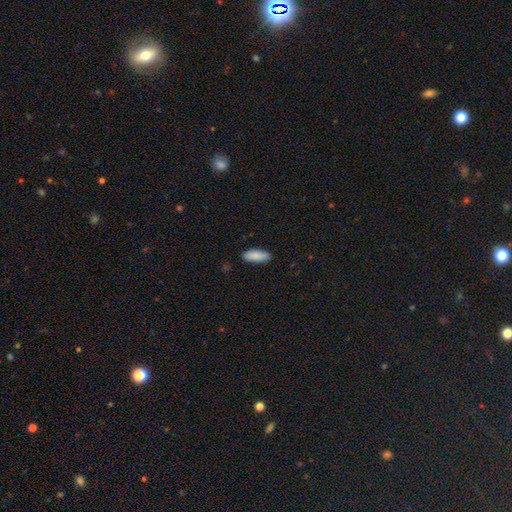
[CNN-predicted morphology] The model was most divided on "how rounded": in between: 77%, cigar-shaped: 21%, round: 2%. More confident: smooth or featured — smooth (88%); merging — none (87%).